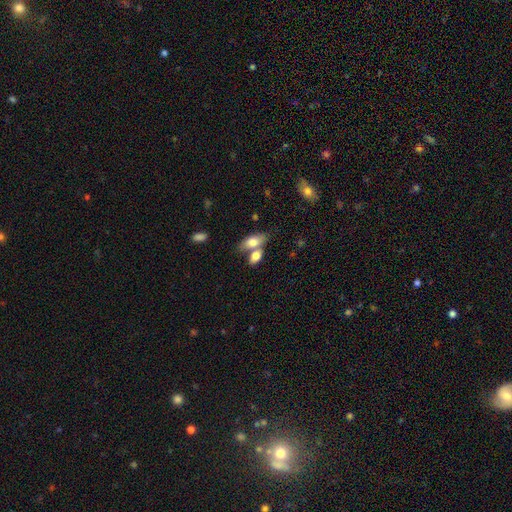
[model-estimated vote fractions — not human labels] Smooth or featured: smooth — 77% (featured or disk — 16%)
How rounded: in between — 84% (cigar-shaped — 8%)
Merging: merger — 51% (none — 36%)